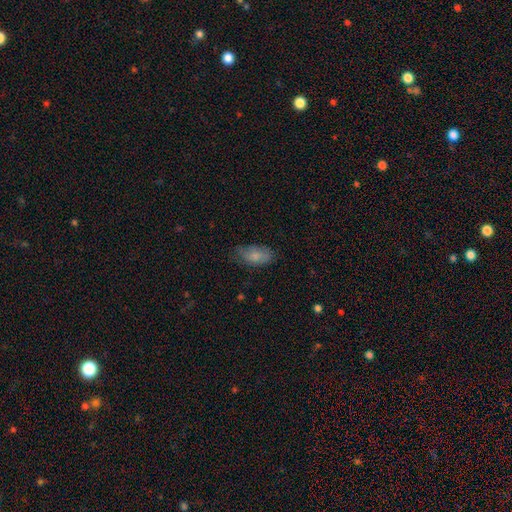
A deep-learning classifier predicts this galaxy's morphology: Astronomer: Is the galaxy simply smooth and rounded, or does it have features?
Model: smooth — 78%.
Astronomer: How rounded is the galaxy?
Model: in between — 91%.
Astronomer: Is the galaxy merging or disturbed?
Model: none — 66%.